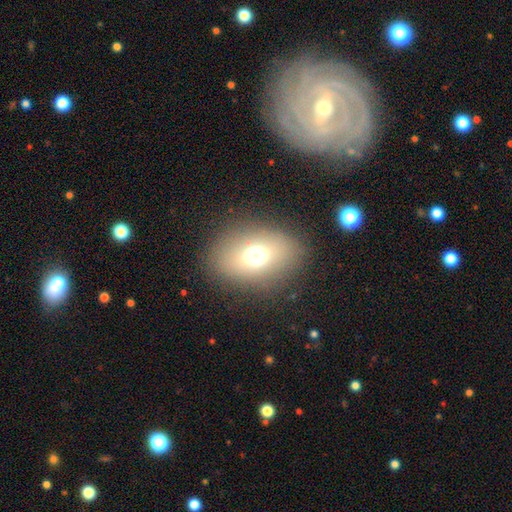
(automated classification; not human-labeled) Q: Smooth or featured?
A: smooth (67%); runner-up: featured or disk (17%)
Q: How rounded?
A: in between (67%); runner-up: round (32%)
Q: Merging?
A: none (84%); runner-up: minor disturbance (9%)